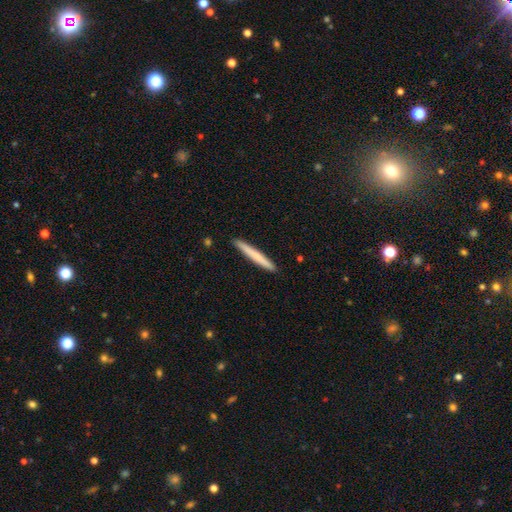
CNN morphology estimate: This appears to be a smooth galaxy with no disk features (71%) that is cigar-shaped (97%). Merging: none (92%).